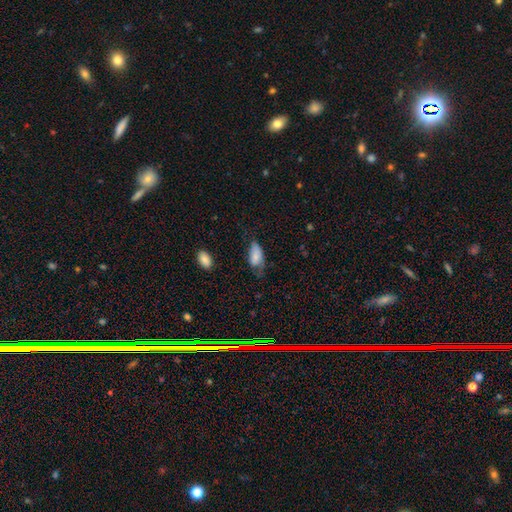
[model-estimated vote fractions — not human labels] This appears to be a smooth galaxy with no disk features (75%) that is in between round and cigar-shaped (92%). Merging: minor disturbance (38%).